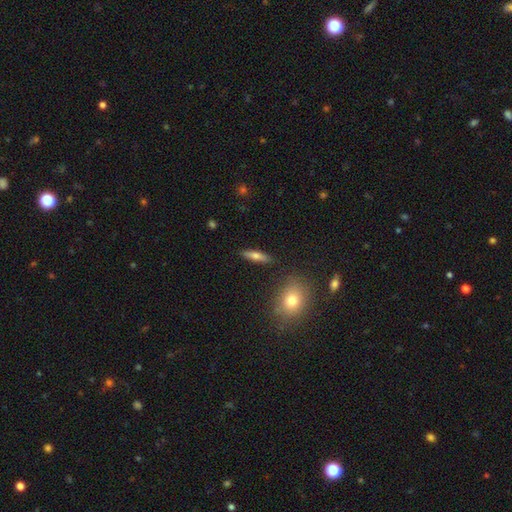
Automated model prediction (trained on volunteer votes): Q: Smooth or featured?
A: smooth (62%); runner-up: featured or disk (30%)
Q: How rounded?
A: cigar-shaped (68%); runner-up: in between (28%)
Q: Merging?
A: none (88%); runner-up: minor disturbance (8%)